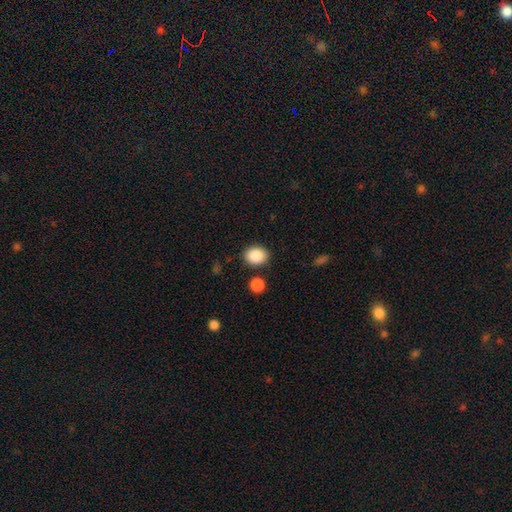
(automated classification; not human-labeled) smooth 88%, star or artifact 8%, featured or disk 4%. Down the decision tree: how rounded — round (53%); merging — none (84%).